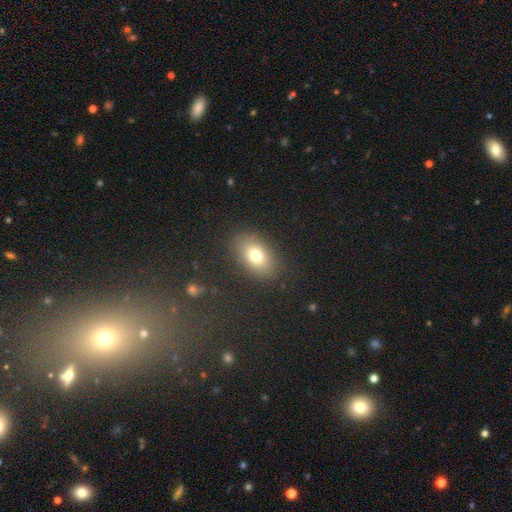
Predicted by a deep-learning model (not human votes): smooth 75%, featured or disk 14%, star or artifact 11%. Down the decision tree: how rounded — in between (85%); merging — none (85%).